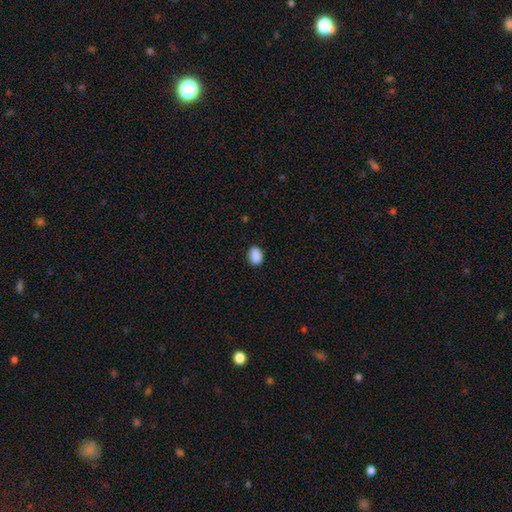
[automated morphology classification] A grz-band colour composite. It shows a smooth galaxy with no disk features (89%) that is in between round and cigar-shaped (76%). Merging: none (86%).